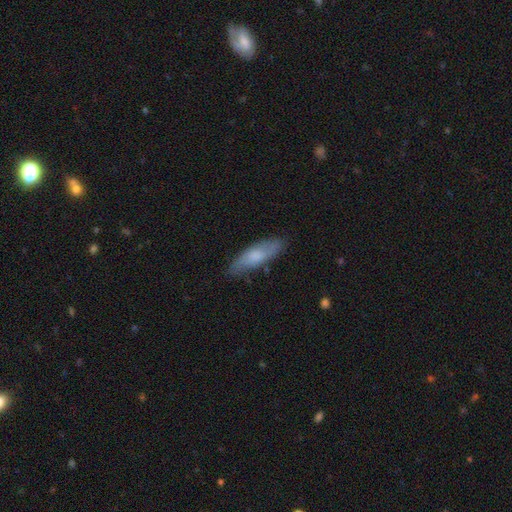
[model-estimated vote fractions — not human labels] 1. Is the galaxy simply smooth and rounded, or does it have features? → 66% smooth, 28% featured or disk, 6% star or artifact.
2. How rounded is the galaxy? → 58% cigar-shaped, 40% in between, 2% round.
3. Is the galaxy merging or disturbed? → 81% none, 15% minor disturbance, 3% major disturbance, 1% merger.